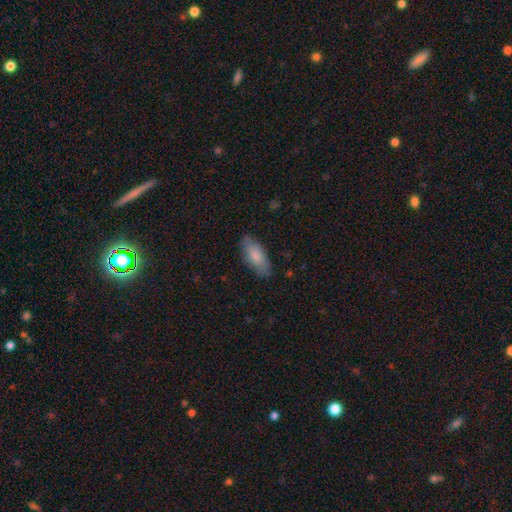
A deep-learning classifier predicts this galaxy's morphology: The model was most divided on "how rounded": in between: 80%, cigar-shaped: 18%, round: 2%. More confident: merging — none (81%); smooth or featured — smooth (80%).